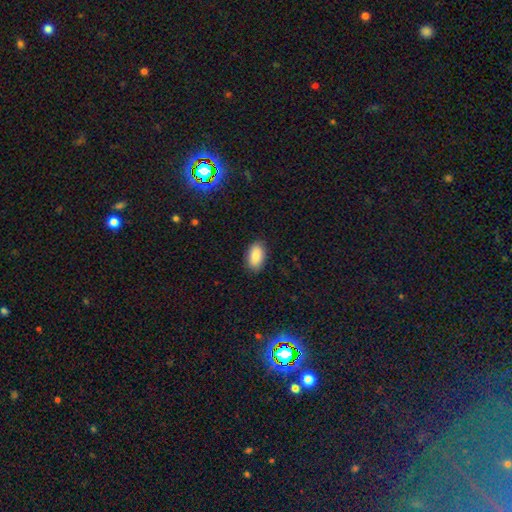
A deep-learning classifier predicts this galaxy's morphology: Smooth or featured? smooth (88%)
How rounded? in between (94%)
Merging? none (87%)